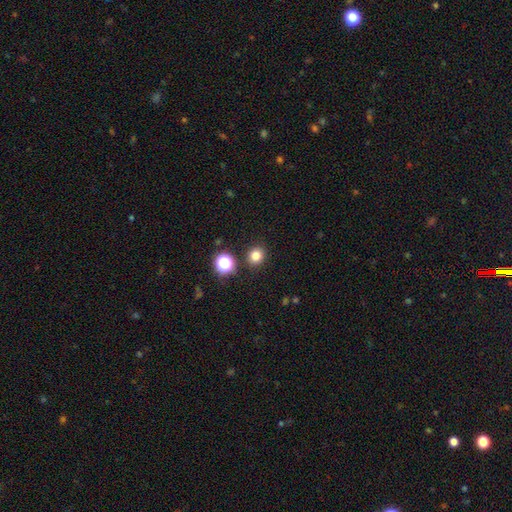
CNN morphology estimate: A smooth galaxy with no disk features (79%) that is round (80%).

Vote fractions:
- Smooth or featured? smooth: 79% / star or artifact: 16% / featured or disk: 5%
- How rounded? round: 80% / in between: 20% / cigar-shaped: 1%
- Merging? none: 87% / minor disturbance: 7% / merger: 4% / major disturbance: 2%